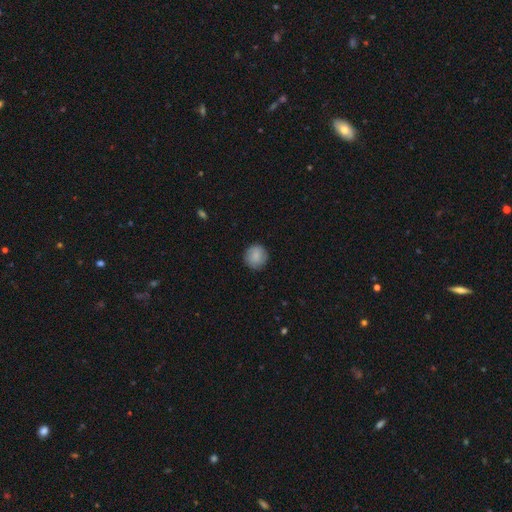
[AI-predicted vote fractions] The model was most divided on "merging": none: 87%, minor disturbance: 9%, major disturbance: 2%, merger: 1%. More confident: how rounded — round (92%); smooth or featured — smooth (86%).